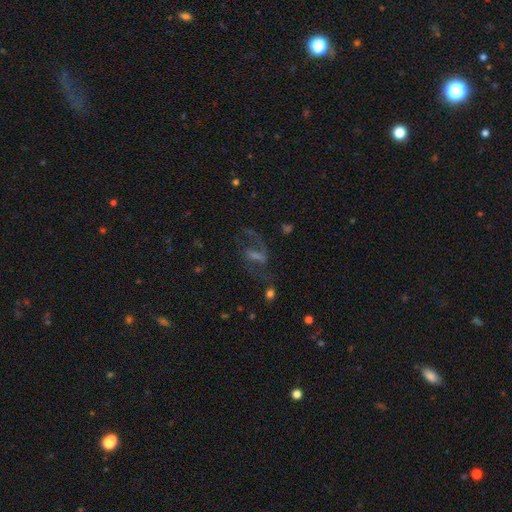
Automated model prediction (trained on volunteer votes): This is likely a featured or disk galaxy (69%). It is clearly not viewed edge-on (94%). Bar: marginally strong (43%). Spiral arm pattern: clearly yes (87%). Spiral arm count: clearly 2 (86%). Spiral winding: possibly loose (47%). Central bulge: marginally none (36%). Merging: likely none (62%).